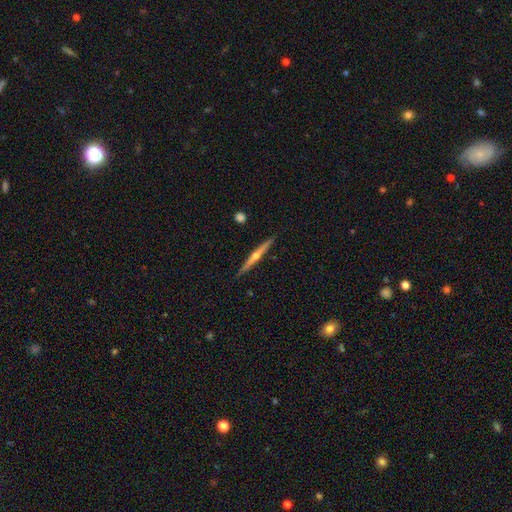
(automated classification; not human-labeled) Smooth or featured? Predicted: featured or disk (p=0.74). Edge-on disk? Predicted: yes (p=0.98). Edge-on bulge? Predicted: rounded (p=0.88). Merging? Predicted: none (p=0.90).